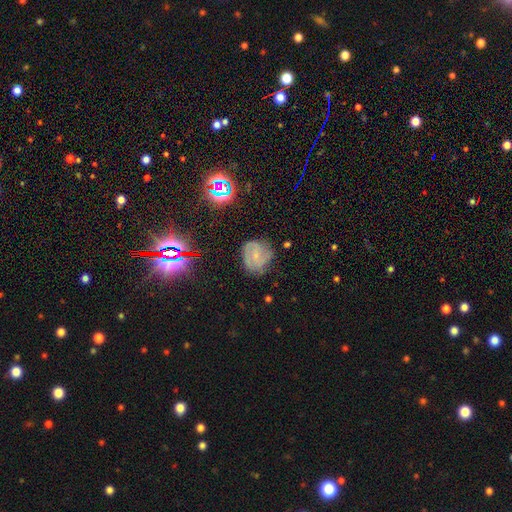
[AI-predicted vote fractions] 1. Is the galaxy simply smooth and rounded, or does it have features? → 60% featured or disk, 25% smooth, 14% star or artifact.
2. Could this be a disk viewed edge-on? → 97% no, 3% yes.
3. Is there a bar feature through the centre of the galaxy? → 54% no, 38% weak, 9% strong.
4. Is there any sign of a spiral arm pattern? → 86% yes, 14% no.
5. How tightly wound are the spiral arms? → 46% tight, 40% medium, 14% loose.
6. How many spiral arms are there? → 37% 2, 33% can't tell, 18% 3, 5% 1, 4% 4, 3% more than 4.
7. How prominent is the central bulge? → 73% small, 17% moderate, 9% none, 1% large, 1% dominant.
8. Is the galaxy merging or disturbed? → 67% none, 23% minor disturbance, 9% major disturbance, 2% merger.